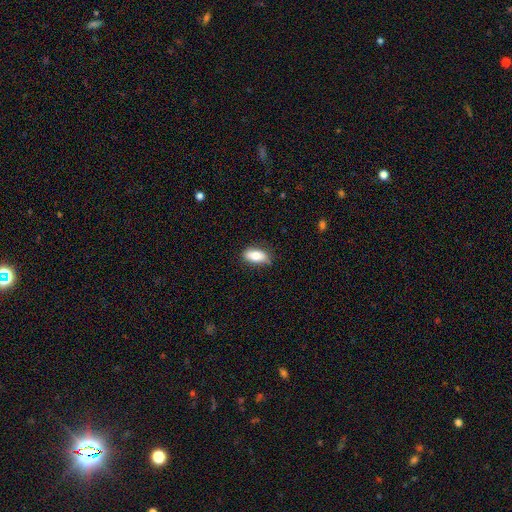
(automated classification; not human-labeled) smooth_or_featured: smooth (p=0.78) [alt: featured or disk p=0.15]
how_rounded: in between (p=0.89) [alt: cigar-shaped p=0.07]
merging: none (p=0.76) [alt: minor disturbance p=0.19]